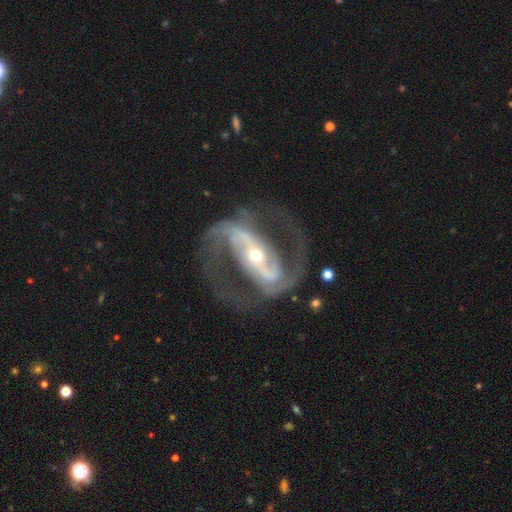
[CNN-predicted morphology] This appears to be a featured or disk galaxy (93%) with a strong bar (64%), 2 (94%) medium (61%) spiral arms (98%) and a small central bulge (53%). Merging: none (76%).